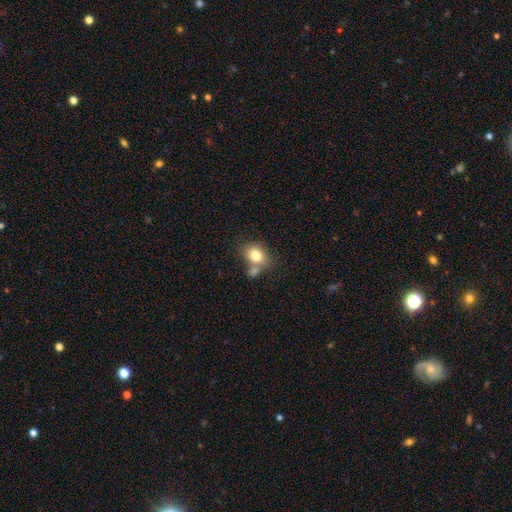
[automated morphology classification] Smooth or featured? Predicted: smooth (p=0.79). How rounded? Predicted: in between (p=0.53). Merging? Predicted: none (p=0.50).